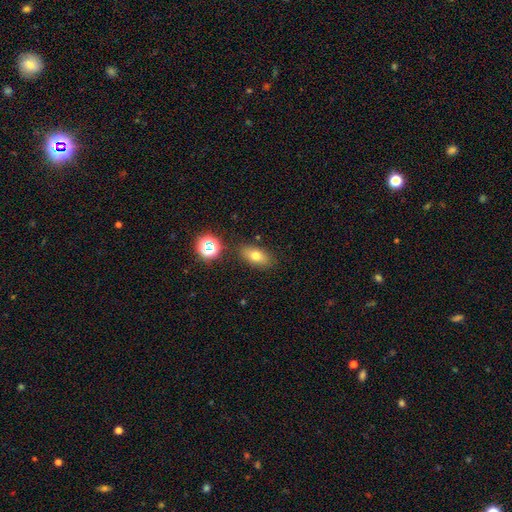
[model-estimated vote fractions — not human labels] Smooth or featured: smooth — 71% (featured or disk — 16%)
How rounded: in between — 80% (round — 11%)
Merging: none — 83% (minor disturbance — 11%)